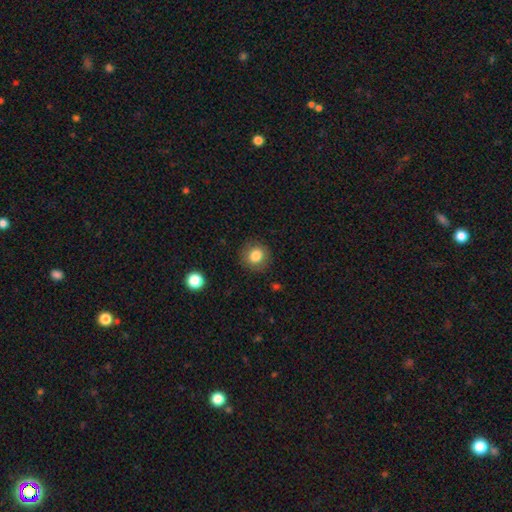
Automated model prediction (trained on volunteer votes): smooth_or_featured: smooth (p=0.82) [alt: star or artifact p=0.10]
how_rounded: round (p=0.86) [alt: in between p=0.13]
merging: none (p=0.87) [alt: minor disturbance p=0.09]